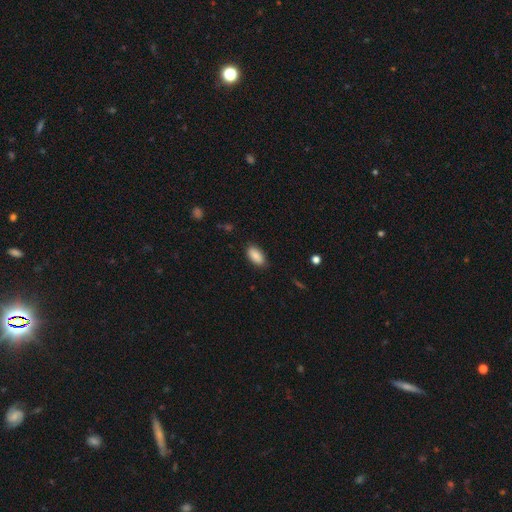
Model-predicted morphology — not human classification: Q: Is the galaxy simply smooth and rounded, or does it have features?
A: smooth — 87%.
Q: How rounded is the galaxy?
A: in between — 93%.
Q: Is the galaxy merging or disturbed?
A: none — 84%.